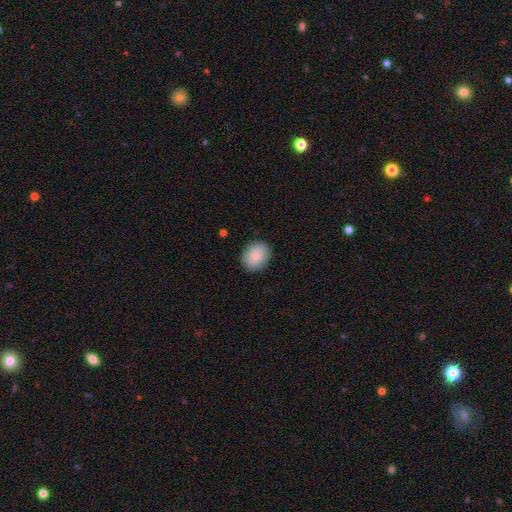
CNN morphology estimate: A smooth galaxy with no disk features (86%) that is round (52%). Merging: none (88%).